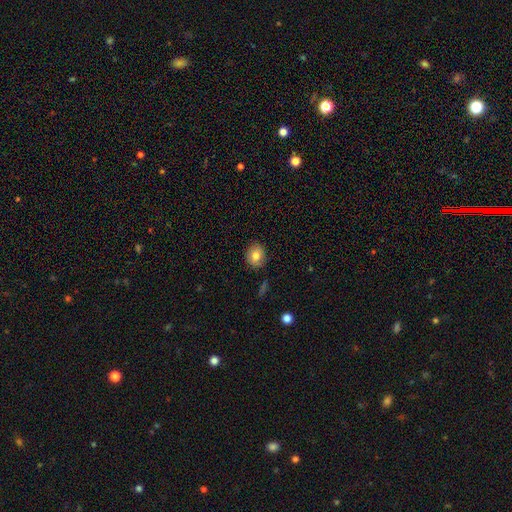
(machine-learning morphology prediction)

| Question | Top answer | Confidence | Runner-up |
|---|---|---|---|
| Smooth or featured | smooth | 81% | featured or disk (10%) |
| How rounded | round | 66% | in between (33%) |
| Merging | none | 88% | minor disturbance (9%) |